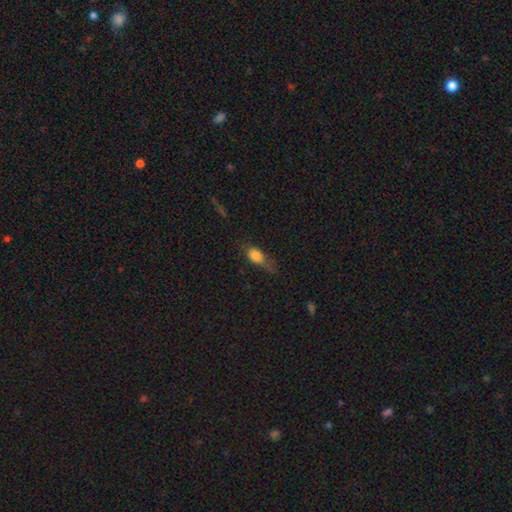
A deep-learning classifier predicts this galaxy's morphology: A smooth galaxy with no disk features (77%) that is in between round and cigar-shaped (75%).

Vote fractions:
- Smooth or featured? smooth: 77% / featured or disk: 14% / star or artifact: 10%
- How rounded? in between: 75% / round: 13% / cigar-shaped: 12%
- Merging? none: 39% / minor disturbance: 35% / major disturbance: 24% / merger: 3%